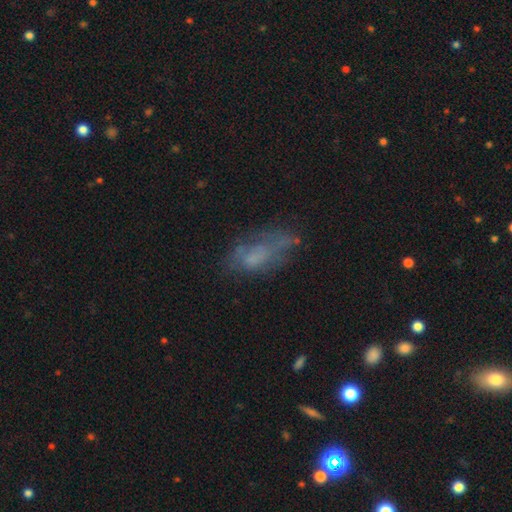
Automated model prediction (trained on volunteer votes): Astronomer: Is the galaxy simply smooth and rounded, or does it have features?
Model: smooth — 49% (runner-up: featured or disk, 37%).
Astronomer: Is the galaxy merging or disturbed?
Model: none — 41% (runner-up: major disturbance, 28%).